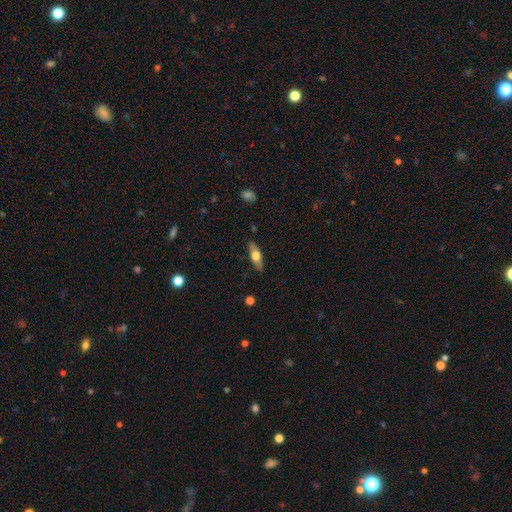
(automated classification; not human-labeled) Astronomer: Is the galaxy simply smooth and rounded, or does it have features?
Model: smooth — 49% (runner-up: featured or disk, 45%).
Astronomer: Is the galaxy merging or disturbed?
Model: none — 86%.